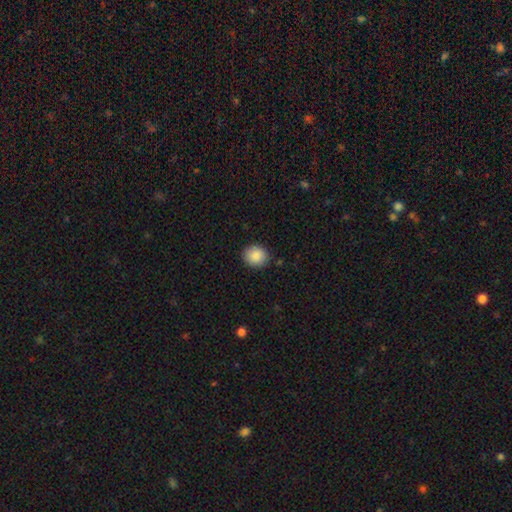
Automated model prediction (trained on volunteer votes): Q: Smooth or featured?
A: smooth (88%); runner-up: star or artifact (8%)
Q: How rounded?
A: round (77%); runner-up: in between (23%)
Q: Merging?
A: none (88%); runner-up: minor disturbance (8%)